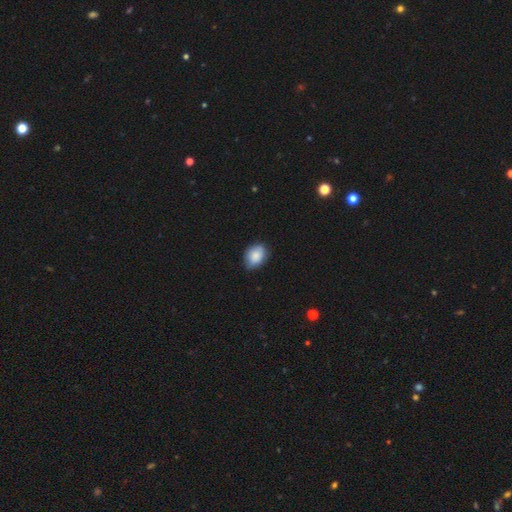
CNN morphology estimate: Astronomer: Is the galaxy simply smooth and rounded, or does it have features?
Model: smooth — 85%.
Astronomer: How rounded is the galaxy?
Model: in between — 68%.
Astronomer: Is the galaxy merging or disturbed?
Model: none — 76%.